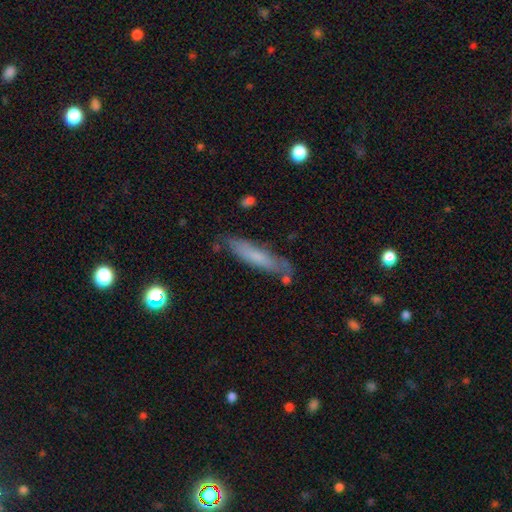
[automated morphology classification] Smooth or featured? Predicted: smooth (p=0.62). How rounded? Predicted: cigar-shaped (p=0.80). Merging? Predicted: none (p=0.74).